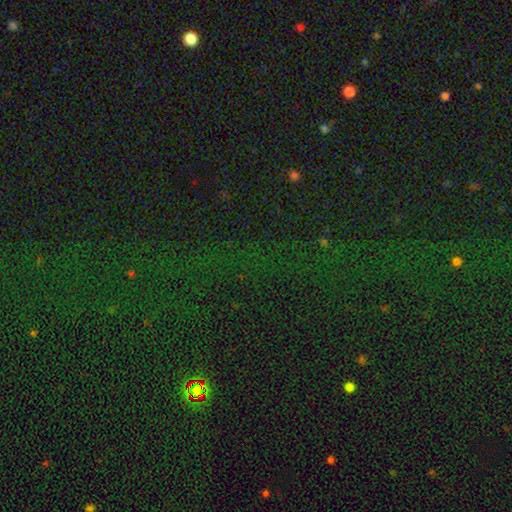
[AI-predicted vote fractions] A star or artifact, not a galaxy (79%).